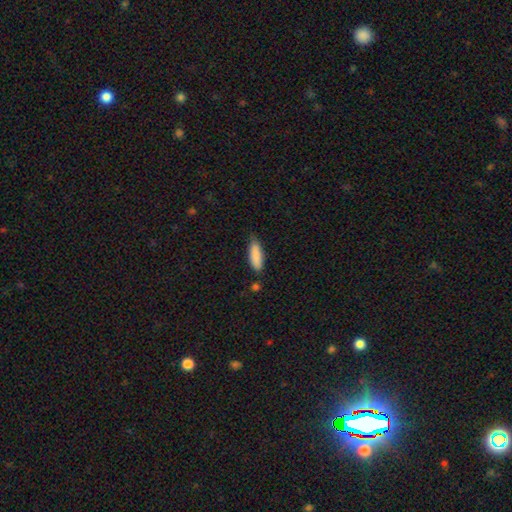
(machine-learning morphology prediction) smooth-or-featured: smooth: 87% | featured or disk: 6% | star or artifact: 6%
  how-rounded: in between: 56% | cigar-shaped: 42% | round: 2%
  merging: none: 66% | minor disturbance: 26% | major disturbance: 4% | merger: 3%